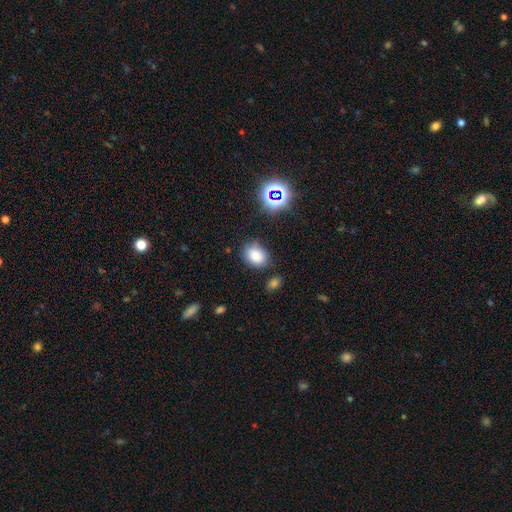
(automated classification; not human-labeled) smooth_or_featured: smooth (p=0.80) [alt: star or artifact p=0.13]
how_rounded: in between (p=0.63) [alt: round p=0.36]
merging: none (p=0.75) [alt: minor disturbance p=0.17]